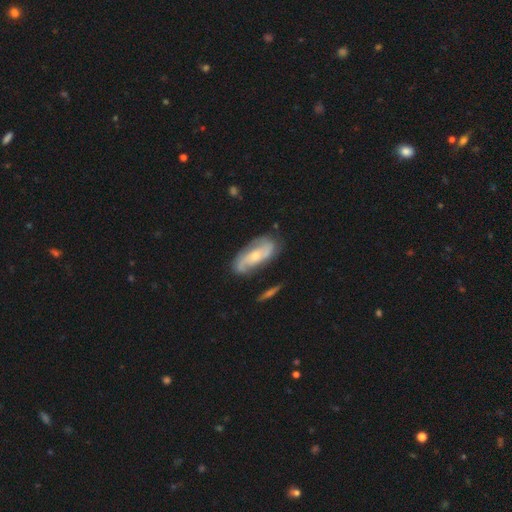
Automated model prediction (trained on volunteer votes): The model was most divided on "bulge size": small: 52%, moderate: 44%, large: 2%, none: 1%, dominant: 1%. Remaining: edge-on disk — no (91%); spiral arms — yes (89%); spiral arm count — 2 (76%); smooth or featured — featured or disk (73%); merging — none (71%); bar — no (55%); spiral winding — medium (40%).